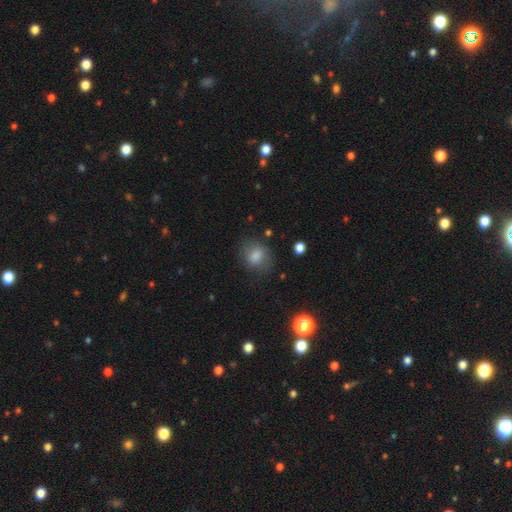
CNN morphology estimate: smooth 79%, featured or disk 11%, star or artifact 10%. Down the decision tree: how rounded — round (54%); merging — none (69%).